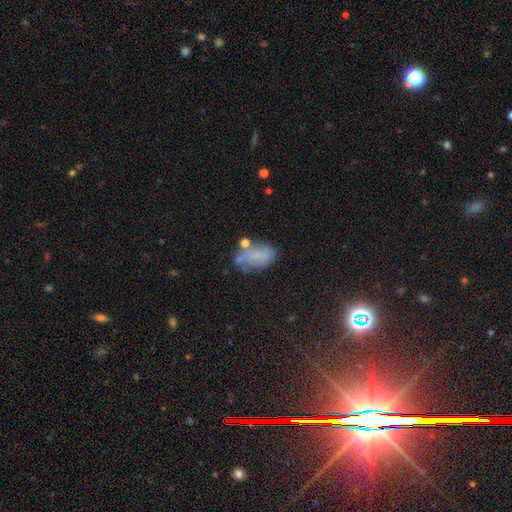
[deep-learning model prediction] Q: Smooth or featured?
A: smooth (52%); runner-up: featured or disk (29%)
Q: How rounded?
A: in between (88%); runner-up: round (9%)
Q: Merging?
A: none (45%); runner-up: minor disturbance (27%)